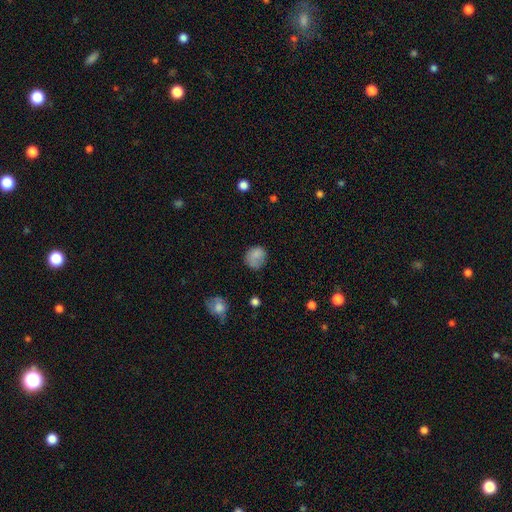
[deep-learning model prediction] This is clearly a smooth galaxy (81%). How rounded: likely round (73%). Merging: likely none (62%).